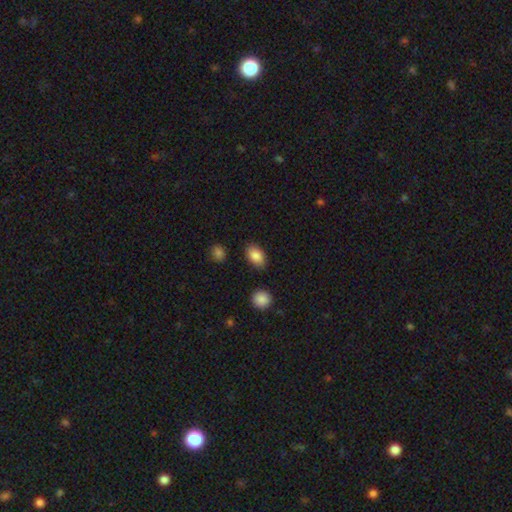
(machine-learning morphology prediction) The model was most divided on "merging": none: 85%, minor disturbance: 10%, major disturbance: 2%, merger: 2%. More confident: how rounded — in between (87%); smooth or featured — smooth (86%).